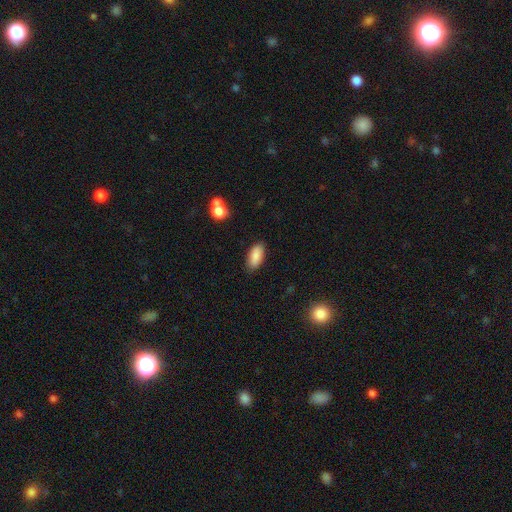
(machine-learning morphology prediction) A smooth galaxy with no disk features (88%) that is in between round and cigar-shaped (89%). Merging: none (86%).